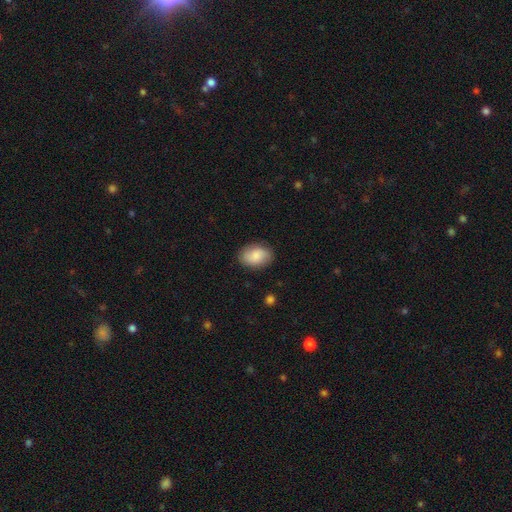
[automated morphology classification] smooth-or-featured: smooth: 82% | featured or disk: 11% | star or artifact: 7%
  how-rounded: in between: 82% | round: 17% | cigar-shaped: 1%
  merging: none: 85% | minor disturbance: 12% | major disturbance: 3% | merger: 1%